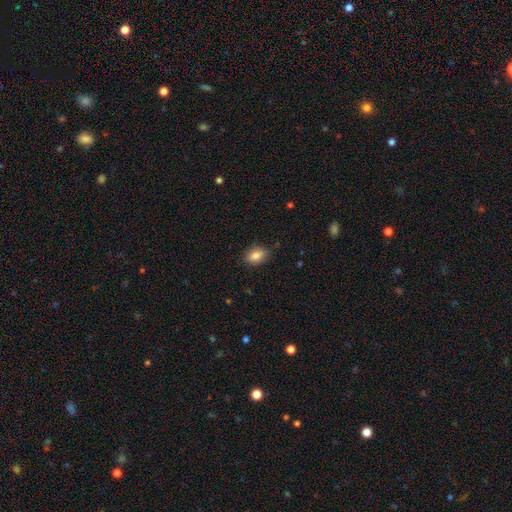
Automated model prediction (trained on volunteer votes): smooth 81%, featured or disk 10%, star or artifact 9%. Down the decision tree: how rounded — in between (79%); merging — none (77%).